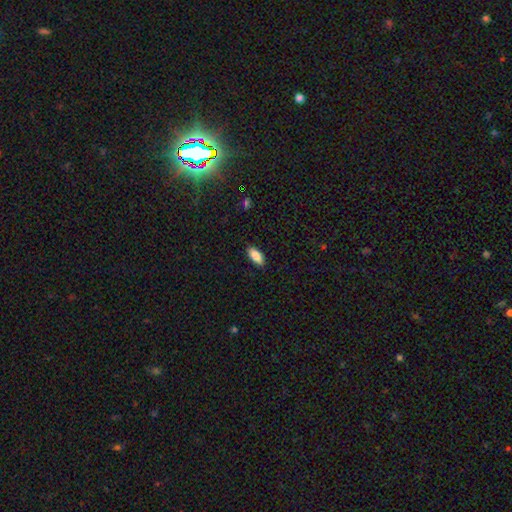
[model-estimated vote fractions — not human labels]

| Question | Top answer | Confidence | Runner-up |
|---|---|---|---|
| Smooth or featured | smooth | 88% | star or artifact (7%) |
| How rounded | in between | 87% | cigar-shaped (11%) |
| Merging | none | 88% | minor disturbance (9%) |